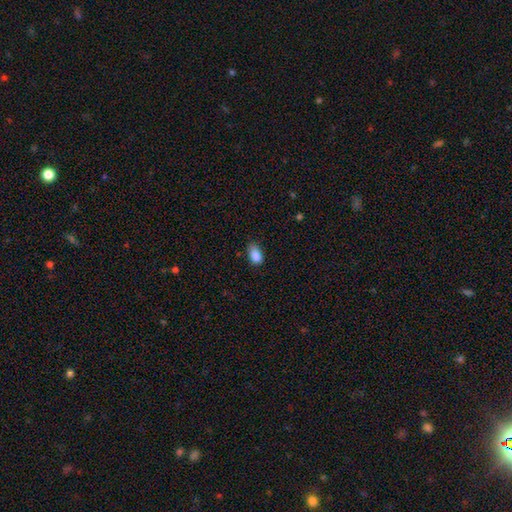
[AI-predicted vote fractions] smooth_or_featured: smooth (p=0.86) [alt: star or artifact p=0.08]
how_rounded: in between (p=0.88) [alt: round p=0.09]
merging: none (p=0.58) [alt: minor disturbance p=0.34]